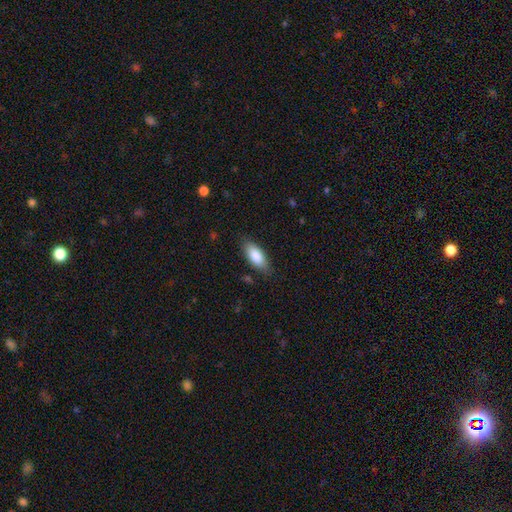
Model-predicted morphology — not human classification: The model was most divided on "merging": none: 82%, minor disturbance: 14%, major disturbance: 3%, merger: 1%. More confident: smooth or featured — smooth (85%); how rounded — in between (83%).